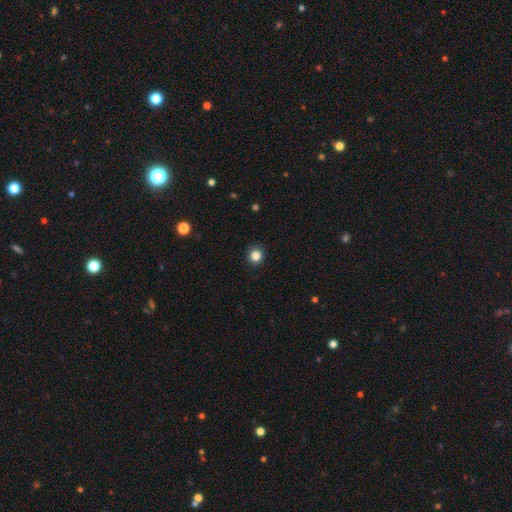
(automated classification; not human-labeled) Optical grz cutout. It shows a smooth galaxy with no disk features (84%) that is round (91%). Merging: none (91%).